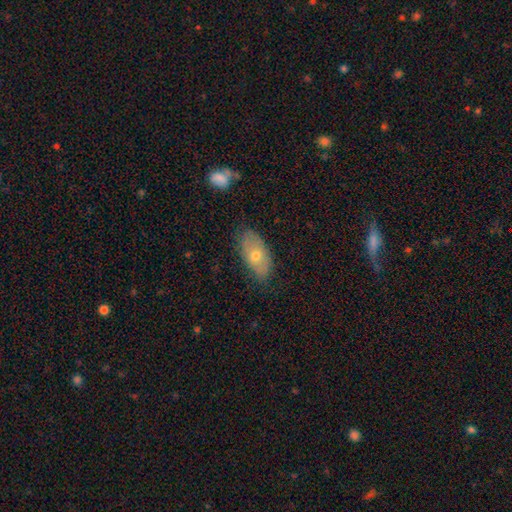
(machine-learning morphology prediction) smooth-or-featured: smooth: 60% | featured or disk: 33% | star or artifact: 7%
  how-rounded: in between: 91% | round: 5% | cigar-shaped: 5%
  merging: none: 76% | minor disturbance: 19% | major disturbance: 4% | merger: 1%